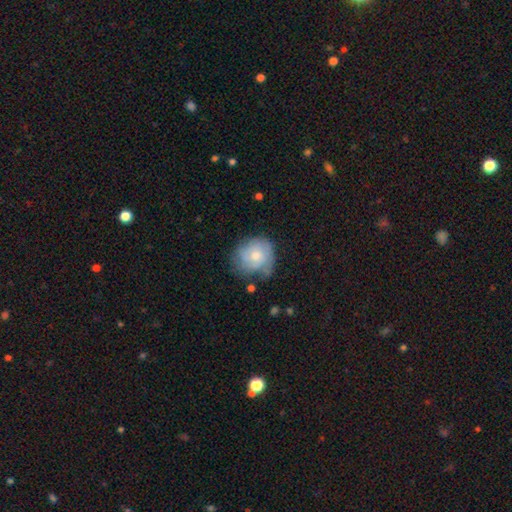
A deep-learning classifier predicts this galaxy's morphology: Q: Smooth or featured?
A: smooth (58%); runner-up: featured or disk (34%)
Q: How rounded?
A: round (75%); runner-up: in between (24%)
Q: Merging?
A: none (49%); runner-up: minor disturbance (34%)